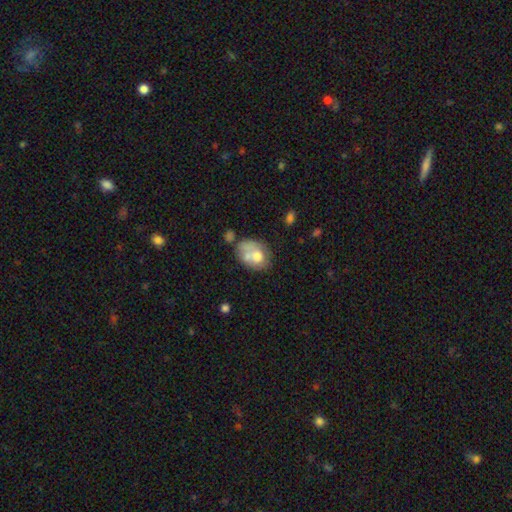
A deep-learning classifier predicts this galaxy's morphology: Smooth or featured?
  - smooth: 57% *
  - featured or disk: 35%
  - star or artifact: 8%
How rounded?
  - in between: 69% *
  - round: 30%
  - cigar-shaped: 1%
Merging?
  - none: 31% * (tied)
  - merger: 31% * (tied)
  - minor disturbance: 22%
  - major disturbance: 16%